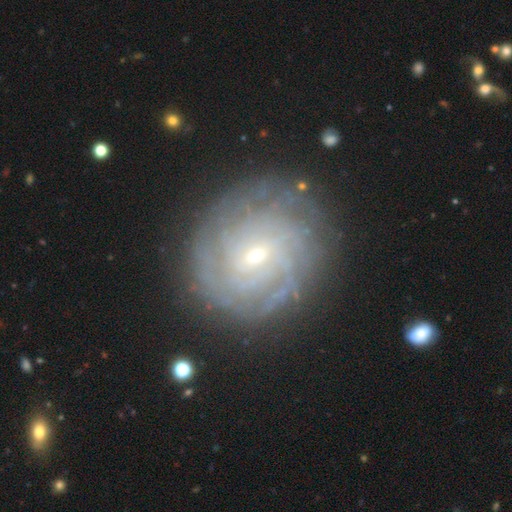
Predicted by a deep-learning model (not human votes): Overall: featured or disk (84%). Edge-on disk: no (97%). Bar: weak (53%; no 33%). Spiral arms: yes (95%). Spiral arm count: can't tell (38%; 4 17%). Spiral winding: tight (80%). Bulge size: small (69%). Merging: none (82%).